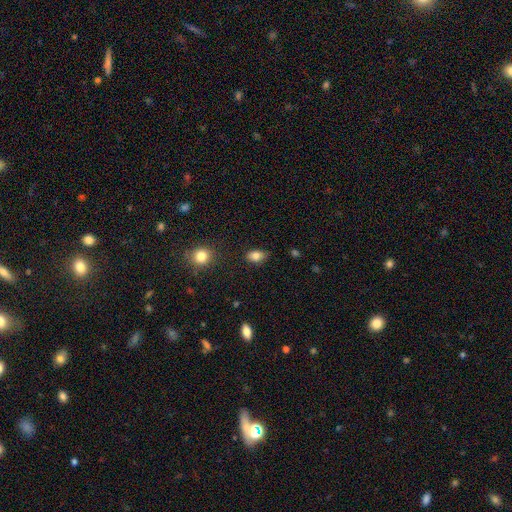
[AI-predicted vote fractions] Smooth or featured? Predicted: smooth (p=0.84). How rounded? Predicted: in between (p=0.81). Merging? Predicted: none (p=0.78).